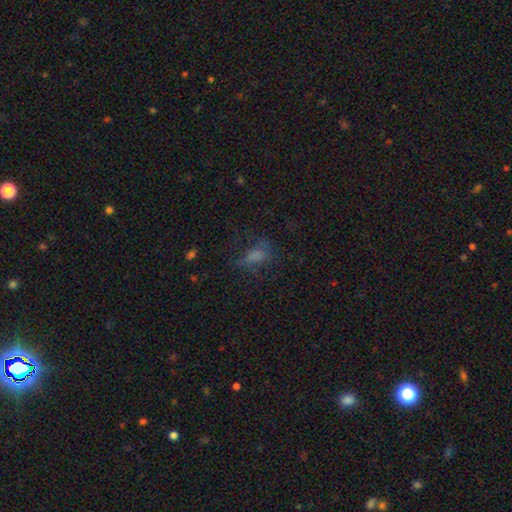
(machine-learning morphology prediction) type=smooth (57%); roundness=in between (74%); merging=none (46%).